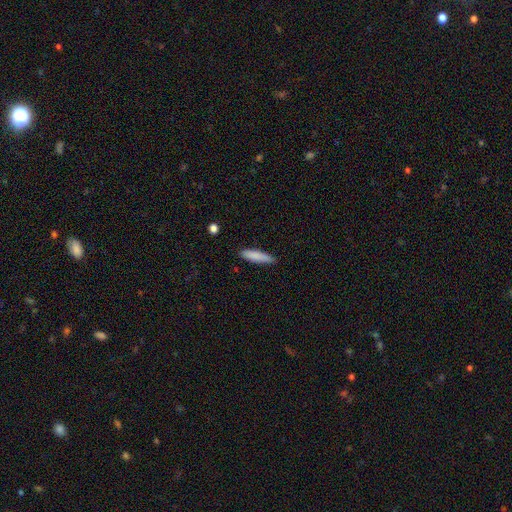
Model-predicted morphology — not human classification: type=smooth (84%); roundness=cigar-shaped (78%); merging=none (85%).